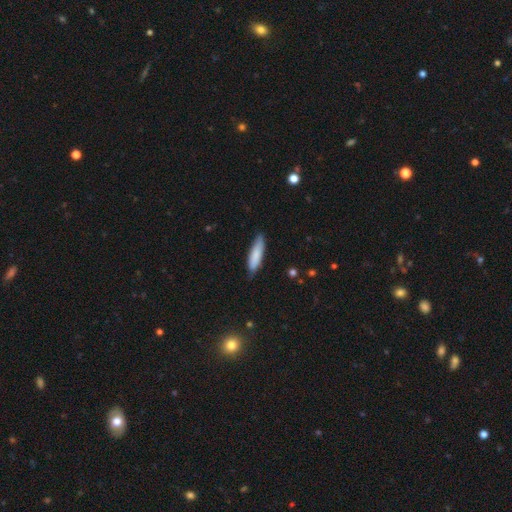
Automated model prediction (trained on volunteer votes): Overall: smooth (82%). How rounded: cigar-shaped (66%; in between 33%). Merging: none (75%).